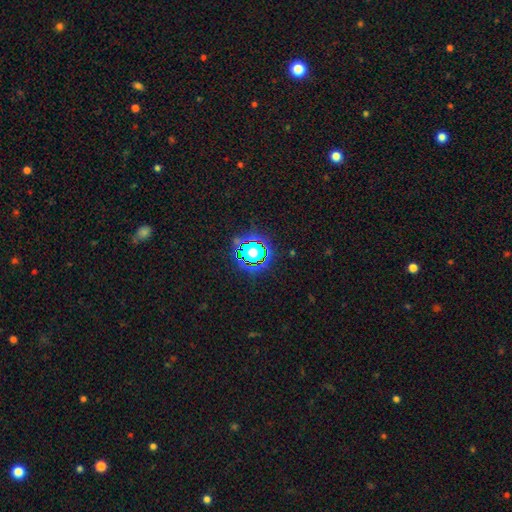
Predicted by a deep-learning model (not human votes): Smooth or featured: star or artifact — 74% (smooth — 17%)